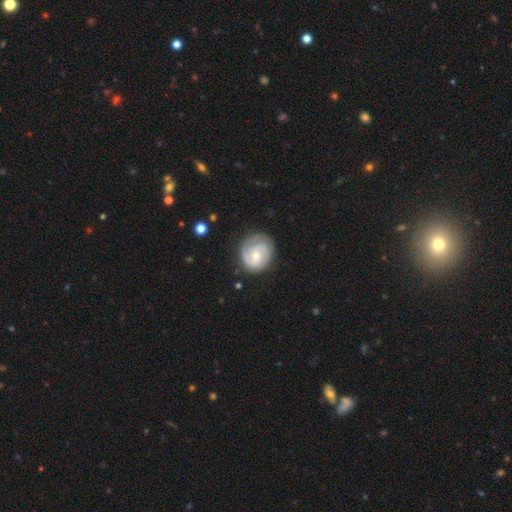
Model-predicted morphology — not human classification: Overall: featured or disk (76%). Edge-on disk: no (98%). Bar: no (59%; weak 36%). Spiral arms: yes (93%). Spiral arm count: 2 (65%). Spiral winding: tight (52%; medium 37%). Bulge size: moderate (55%; small 40%). Merging: none (74%).